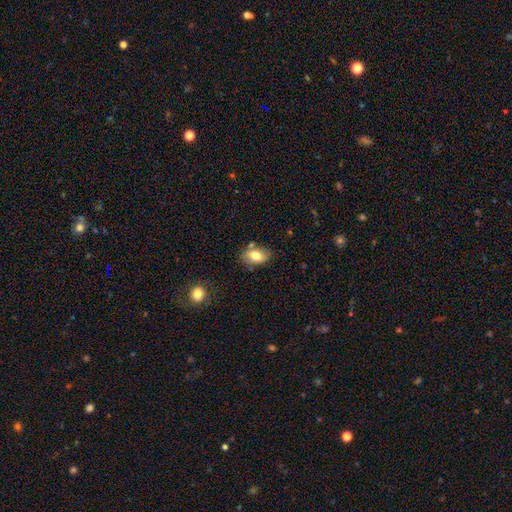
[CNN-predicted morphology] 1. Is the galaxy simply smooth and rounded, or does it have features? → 77% smooth, 15% featured or disk, 8% star or artifact.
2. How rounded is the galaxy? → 86% in between, 13% round, 1% cigar-shaped.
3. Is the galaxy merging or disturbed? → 70% none, 18% minor disturbance, 8% merger, 4% major disturbance.